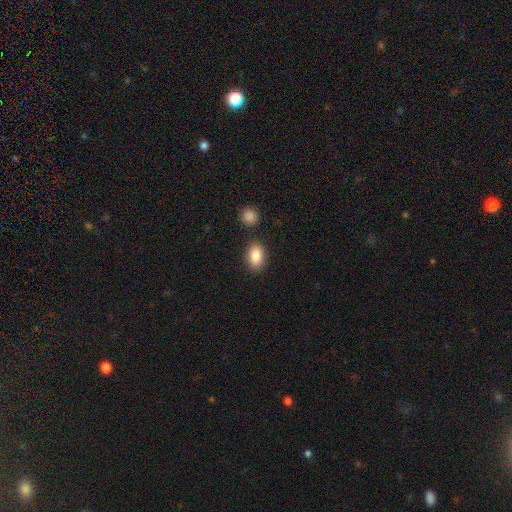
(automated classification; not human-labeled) The model was most divided on "merging": none: 82%, minor disturbance: 9%, merger: 6%, major disturbance: 3%. More confident: how rounded — in between (88%); smooth or featured — smooth (87%).